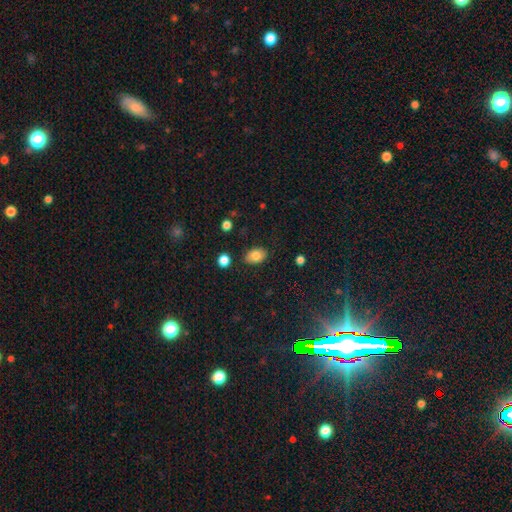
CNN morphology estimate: type=smooth (79%); roundness=in between (87%); merging=none (83%).